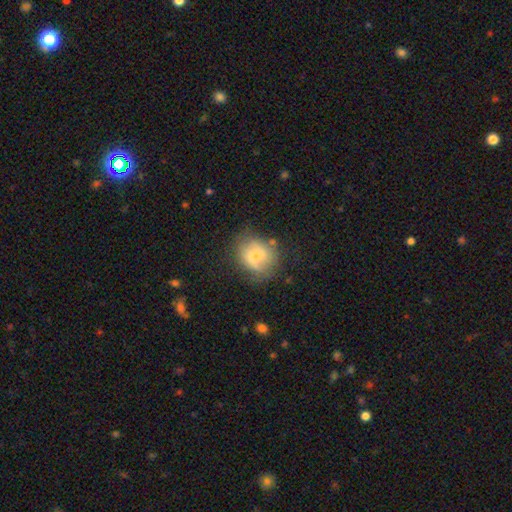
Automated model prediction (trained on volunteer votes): Morphology: type=smooth (60%); roundness=round (67%); merging=none (53%).